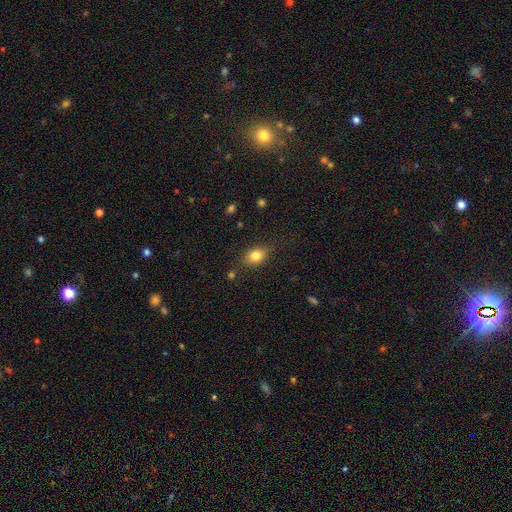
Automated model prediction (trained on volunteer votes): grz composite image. It shows a smooth galaxy with no disk features (81%) that is in between round and cigar-shaped (69%). Merging: none (79%).